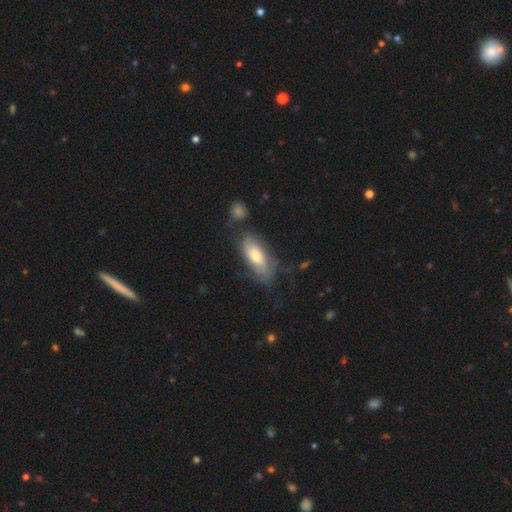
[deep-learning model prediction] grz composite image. It shows a smooth galaxy with no disk features (49%). Merging: none (58%).